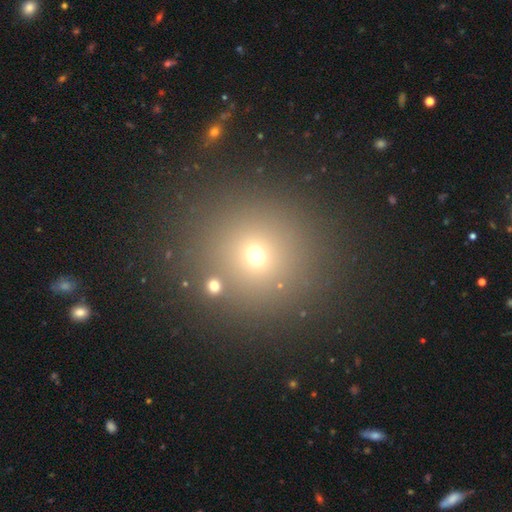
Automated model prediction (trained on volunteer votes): A smooth galaxy with no disk features (64%) that is round (90%).

Vote fractions:
- Smooth or featured? smooth: 64% / star or artifact: 26% / featured or disk: 10%
- How rounded? round: 90% / in between: 9% / cigar-shaped: 1%
- Merging? none: 86% / minor disturbance: 7% / merger: 4% / major disturbance: 4%